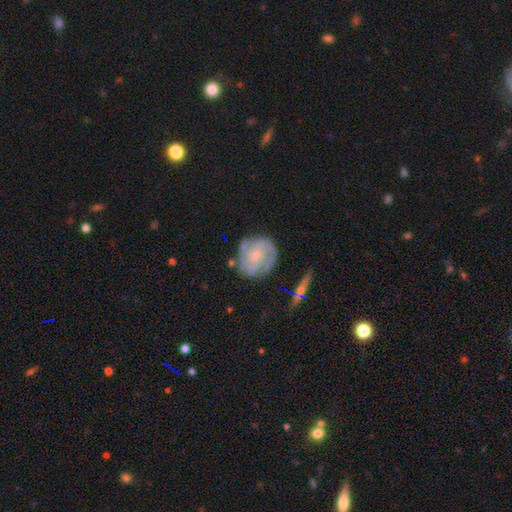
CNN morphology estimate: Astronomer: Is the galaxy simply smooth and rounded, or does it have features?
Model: featured or disk — 65%.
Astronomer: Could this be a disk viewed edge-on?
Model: no — 97%.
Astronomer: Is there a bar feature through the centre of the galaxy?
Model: no — 75%.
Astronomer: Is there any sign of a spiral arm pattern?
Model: yes — 80%.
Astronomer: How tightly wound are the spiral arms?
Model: tight — 53% (runner-up: medium, 34%).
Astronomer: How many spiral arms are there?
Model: can't tell — 38% (runner-up: 2, 27%).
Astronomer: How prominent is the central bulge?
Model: small — 65%.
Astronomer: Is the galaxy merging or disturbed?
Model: none — 68%.